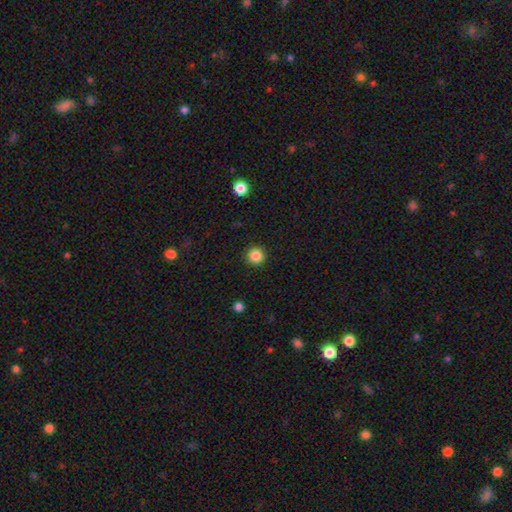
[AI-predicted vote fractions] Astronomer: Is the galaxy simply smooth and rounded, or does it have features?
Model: smooth — 85%.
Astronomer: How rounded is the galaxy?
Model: round — 96%.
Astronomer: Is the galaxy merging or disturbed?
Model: none — 93%.